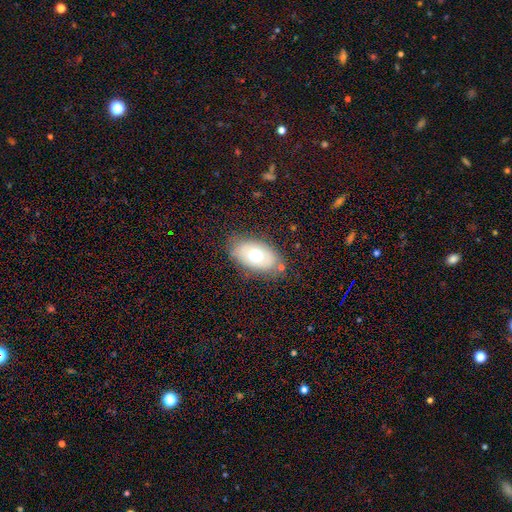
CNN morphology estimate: This is possibly a smooth galaxy (58%). How rounded: clearly in between (89%). Merging: likely none (75%).